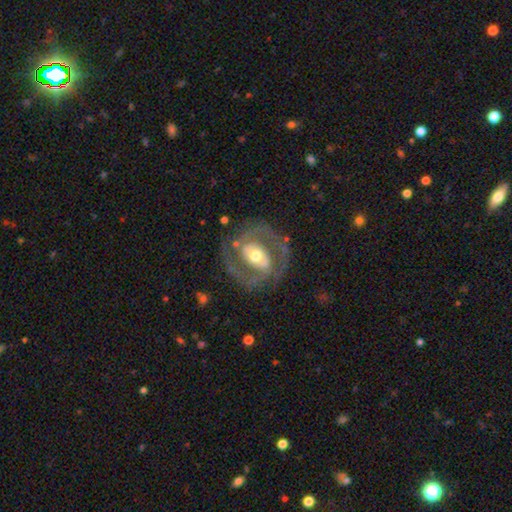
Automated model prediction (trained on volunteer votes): smooth_or_featured: featured or disk (p=0.83) [alt: smooth p=0.12]
disk_edge_on: no (p=0.97) [alt: yes p=0.03]
bar: no (p=0.40) [alt: weak p=0.35]
has_spiral_arms: yes (p=0.85) [alt: no p=0.15]
spiral_winding: medium (p=0.47) [alt: tight p=0.39]
spiral_arm_count: 2 (p=0.85) [alt: can't tell p=0.07]
bulge_size: moderate (p=0.67) [alt: small p=0.16]
merging: none (p=0.77) [alt: minor disturbance p=0.13]